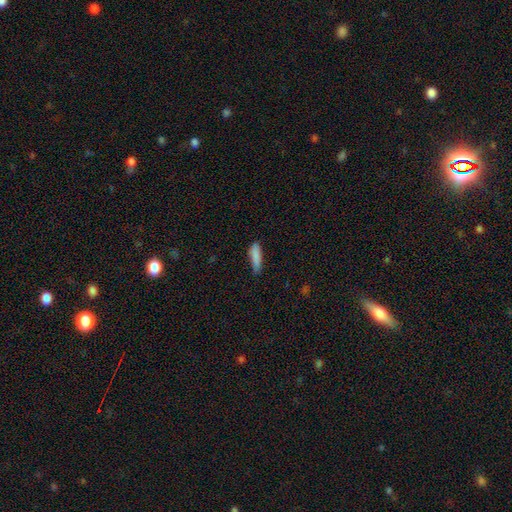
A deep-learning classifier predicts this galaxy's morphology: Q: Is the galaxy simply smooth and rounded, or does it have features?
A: smooth — 86%.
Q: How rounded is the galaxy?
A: cigar-shaped — 64%.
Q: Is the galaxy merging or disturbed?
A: none — 64%.